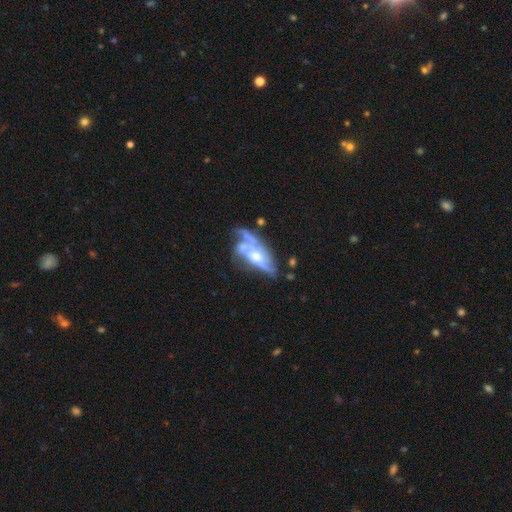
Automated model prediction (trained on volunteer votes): Q: Smooth or featured?
A: featured or disk (75%); runner-up: smooth (18%)
Q: Edge-on disk?
A: no (88%); runner-up: yes (12%)
Q: Bar?
A: no (70%); runner-up: weak (23%)
Q: Spiral arms?
A: yes (75%); runner-up: no (25%)
Q: Bulge size?
A: moderate (62%); runner-up: small (30%)
Q: Merging?
A: none (33%); runner-up: major disturbance (27%)